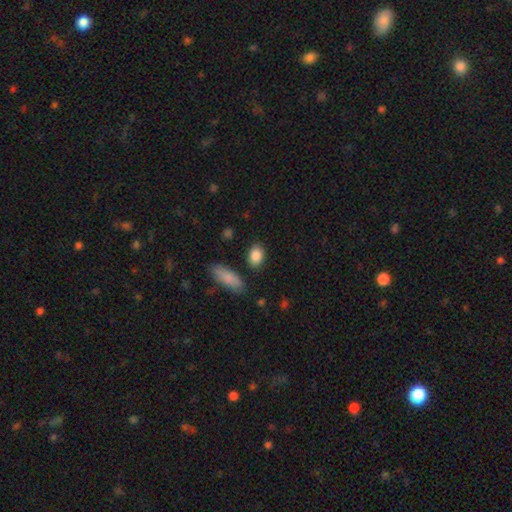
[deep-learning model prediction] Smooth or featured: smooth — 88% (star or artifact — 7%)
How rounded: in between — 75% (round — 22%)
Merging: none — 84% (minor disturbance — 10%)